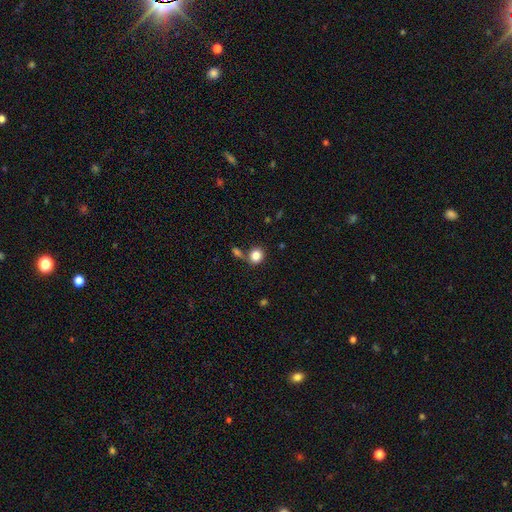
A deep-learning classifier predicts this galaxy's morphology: This is clearly a smooth galaxy (85%). How rounded: likely round (66%). Merging: likely none (62%).